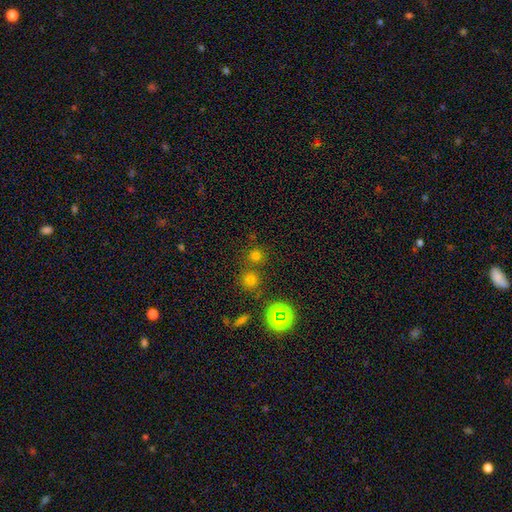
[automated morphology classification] Smooth or featured?
  - smooth: 66% *
  - star or artifact: 28%
  - featured or disk: 6%
How rounded?
  - round: 92% *
  - in between: 7%
  - cigar-shaped: 1%
Merging?
  - none: 67% *
  - merger: 23%
  - minor disturbance: 7%
  - major disturbance: 3%